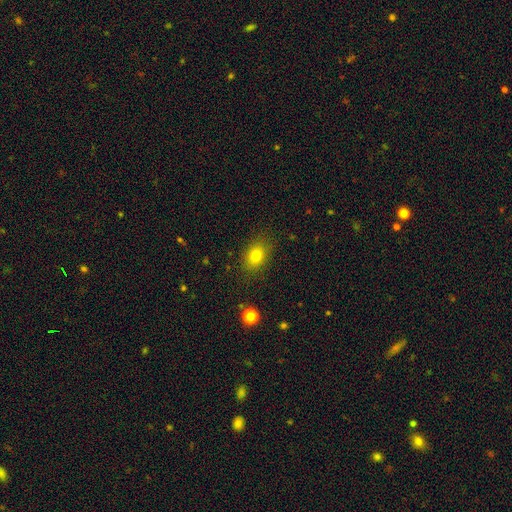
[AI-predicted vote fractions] A smooth galaxy with no disk features (78%) that is in between round and cigar-shaped (69%).

Vote fractions:
- Smooth or featured? smooth: 78% / star or artifact: 12% / featured or disk: 10%
- How rounded? in between: 69% / round: 29% / cigar-shaped: 1%
- Merging? none: 84% / minor disturbance: 11% / major disturbance: 4% / merger: 1%